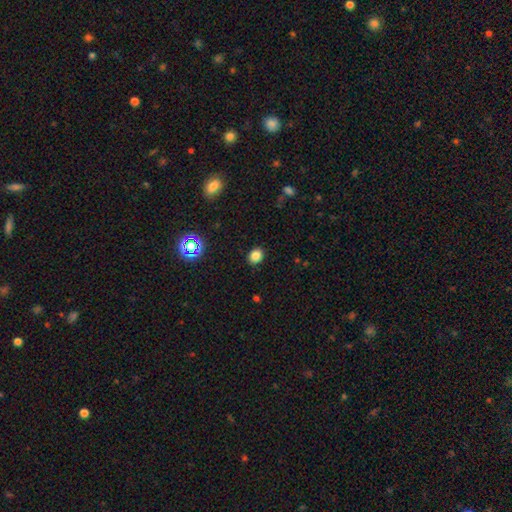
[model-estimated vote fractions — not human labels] Smooth or featured? smooth (81%)
How rounded? round (58%)
Merging? none (89%)